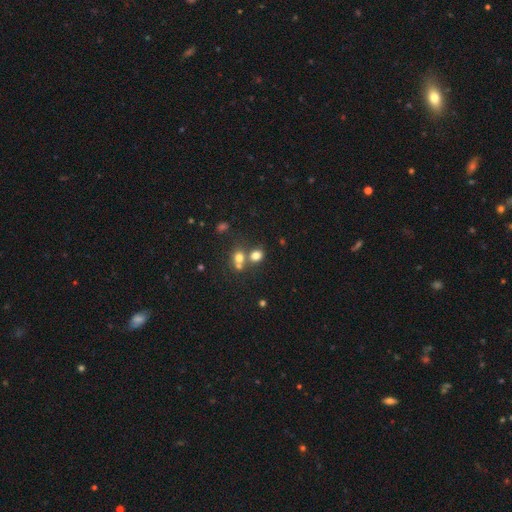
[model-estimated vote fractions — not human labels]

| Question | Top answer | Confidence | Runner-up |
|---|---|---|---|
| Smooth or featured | smooth | 74% | star or artifact (16%) |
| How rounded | round | 59% | in between (40%) |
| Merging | none | 46% | merger (40%) |